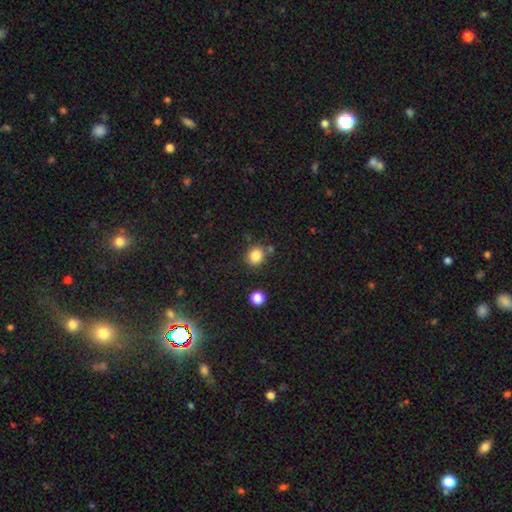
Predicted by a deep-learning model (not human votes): Smooth or featured: smooth — 84% (star or artifact — 11%)
How rounded: round — 73% (in between — 26%)
Merging: none — 80% (minor disturbance — 10%)